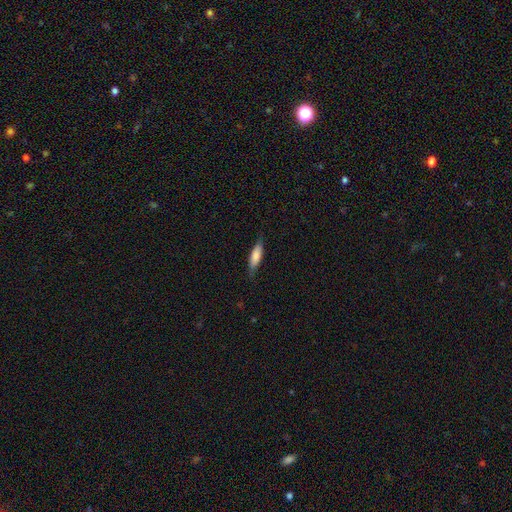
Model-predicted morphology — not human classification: Q: Smooth or featured?
A: smooth (77%); runner-up: featured or disk (18%)
Q: How rounded?
A: cigar-shaped (53%); runner-up: in between (46%)
Q: Merging?
A: none (79%); runner-up: minor disturbance (17%)